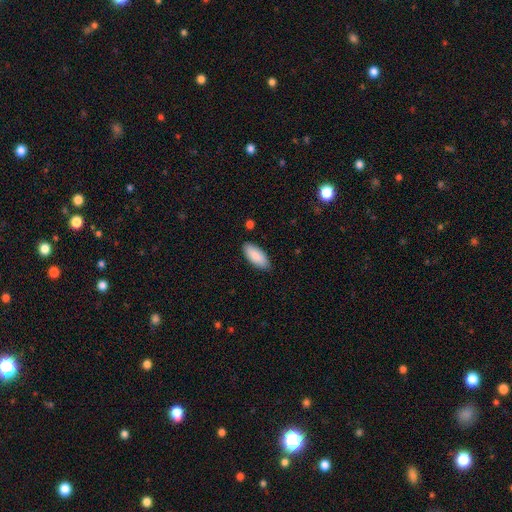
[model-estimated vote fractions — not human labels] A smooth galaxy with no disk features (87%) that is in between round and cigar-shaped (87%). Merging: none (86%).